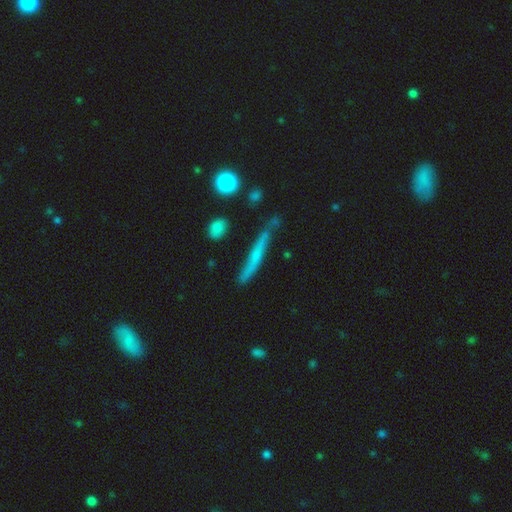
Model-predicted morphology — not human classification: Q: Smooth or featured?
A: featured or disk (46%); runner-up: smooth (45%)
Q: Merging?
A: none (71%); runner-up: minor disturbance (20%)